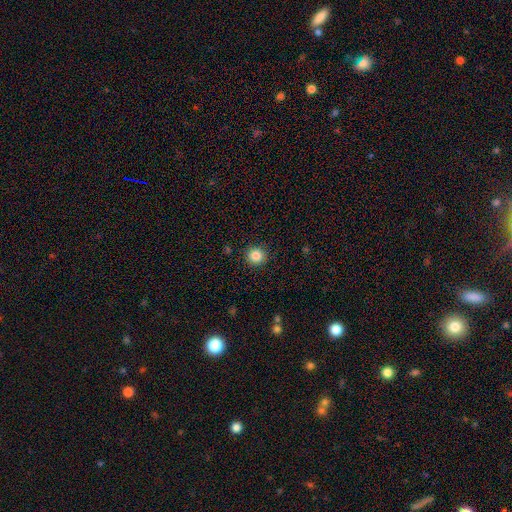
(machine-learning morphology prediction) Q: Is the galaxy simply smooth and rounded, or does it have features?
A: smooth — 85%.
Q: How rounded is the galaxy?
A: round — 93%.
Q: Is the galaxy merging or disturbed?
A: none — 92%.